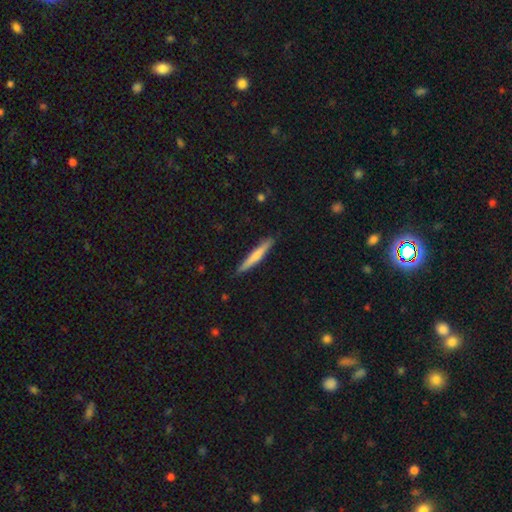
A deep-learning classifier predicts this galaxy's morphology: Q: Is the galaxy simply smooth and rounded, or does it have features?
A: smooth — 62%.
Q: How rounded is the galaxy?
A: cigar-shaped — 95%.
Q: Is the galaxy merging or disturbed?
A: none — 89%.